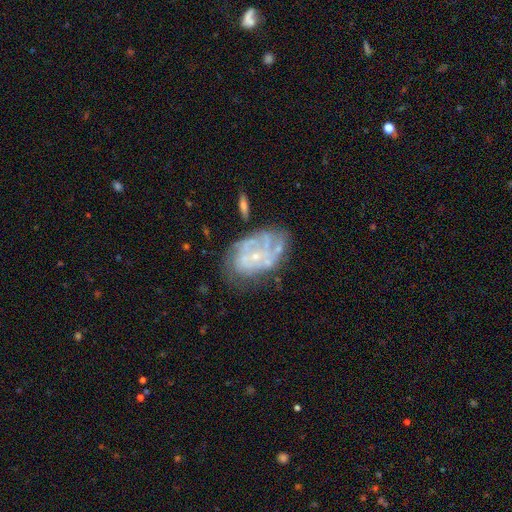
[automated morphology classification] This appears to be a featured or disk galaxy (76%) with no bar (78%), tight (57%) spiral arms (71%) and a small central bulge (76%). Merging: none (48%).